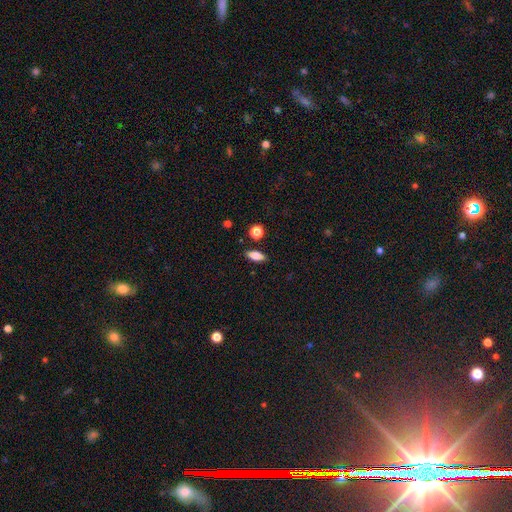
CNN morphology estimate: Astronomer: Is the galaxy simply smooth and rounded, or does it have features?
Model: smooth — 79%.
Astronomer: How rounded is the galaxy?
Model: in between — 78%.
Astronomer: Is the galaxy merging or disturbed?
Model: none — 85%.